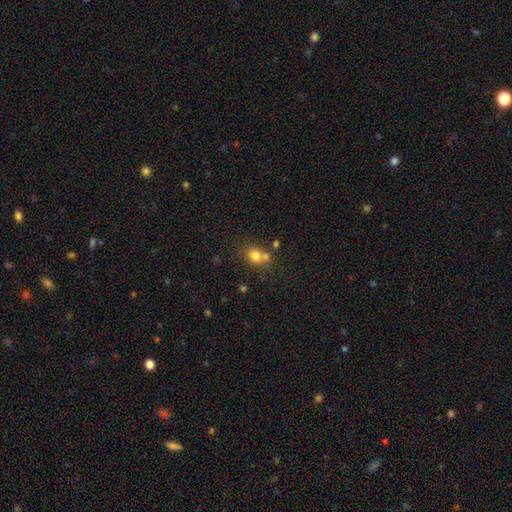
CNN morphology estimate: A smooth galaxy with no disk features (77%) that is round (67%). Merging: none (49%).